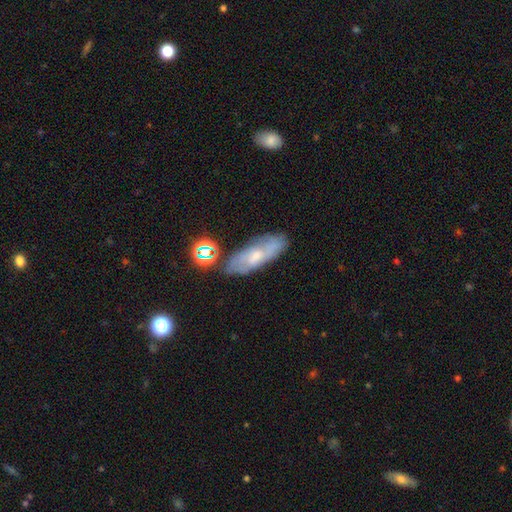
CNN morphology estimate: featured or disk 52%, smooth 37%, star or artifact 11%. Down the decision tree: edge-on disk — no (78%); merging — none (71%).